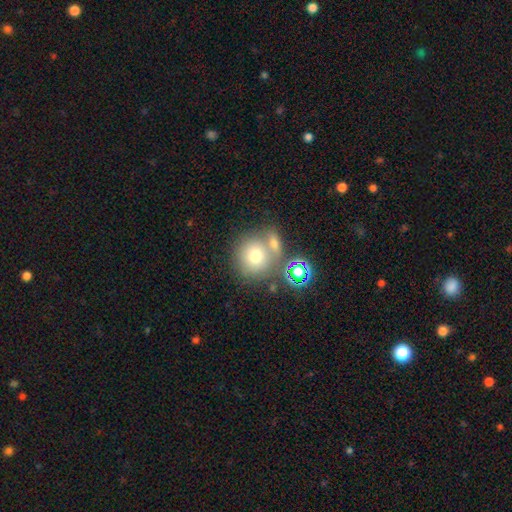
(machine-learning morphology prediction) Q: Smooth or featured?
A: smooth (70%); runner-up: featured or disk (15%)
Q: How rounded?
A: round (89%); runner-up: in between (10%)
Q: Merging?
A: none (55%); runner-up: merger (30%)